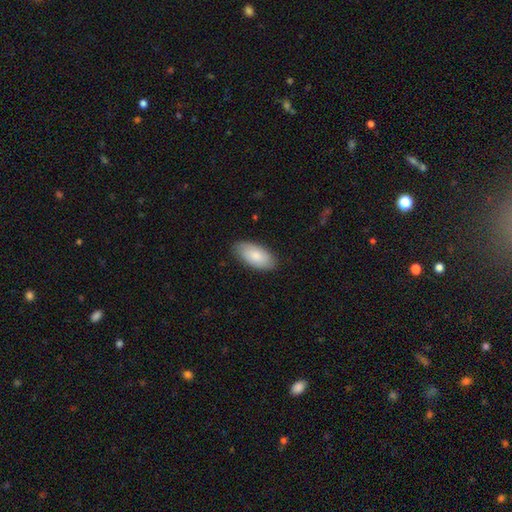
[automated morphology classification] A smooth galaxy with no disk features (81%) that is in between round and cigar-shaped (95%).

Vote fractions:
- Smooth or featured? smooth: 81% / featured or disk: 14% / star or artifact: 5%
- How rounded? in between: 95% / cigar-shaped: 3% / round: 2%
- Merging? none: 85% / minor disturbance: 12% / major disturbance: 2% / merger: 1%